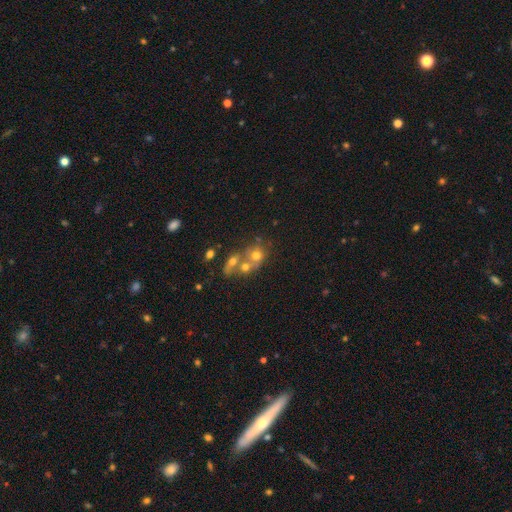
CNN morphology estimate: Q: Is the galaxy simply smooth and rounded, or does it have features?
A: smooth — 37%.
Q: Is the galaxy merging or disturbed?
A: none — 53%.